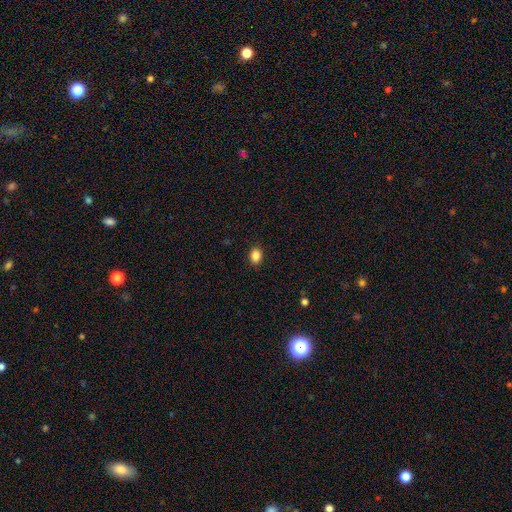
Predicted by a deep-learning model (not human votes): Smooth or featured: smooth — 86% (star or artifact — 10%)
How rounded: in between — 63% (round — 36%)
Merging: none — 89% (minor disturbance — 8%)